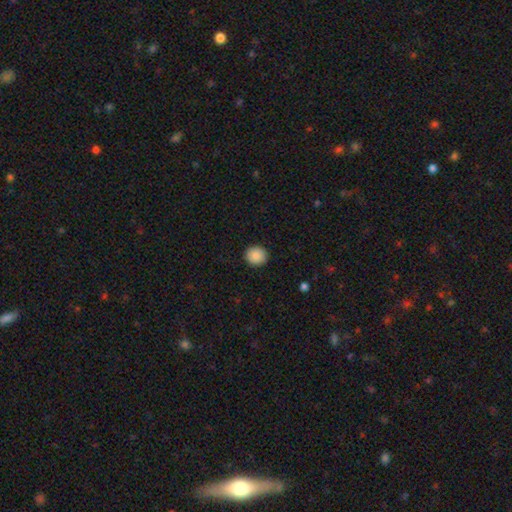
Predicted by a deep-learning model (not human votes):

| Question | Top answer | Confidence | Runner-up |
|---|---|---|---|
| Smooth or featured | smooth | 88% | star or artifact (8%) |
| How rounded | round | 90% | in between (9%) |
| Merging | none | 92% | minor disturbance (5%) |